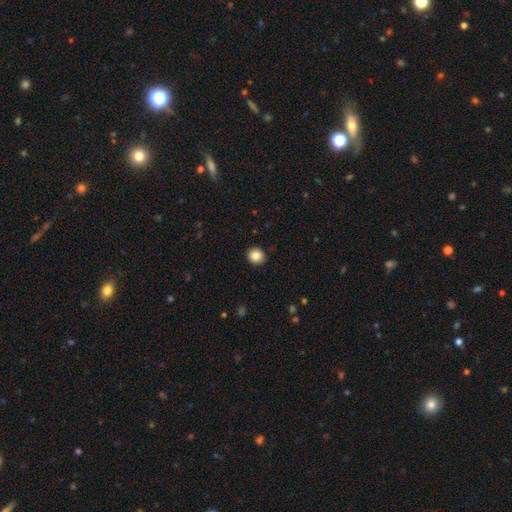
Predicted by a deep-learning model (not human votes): Overall: smooth (85%). How rounded: round (84%). Merging: none (91%).